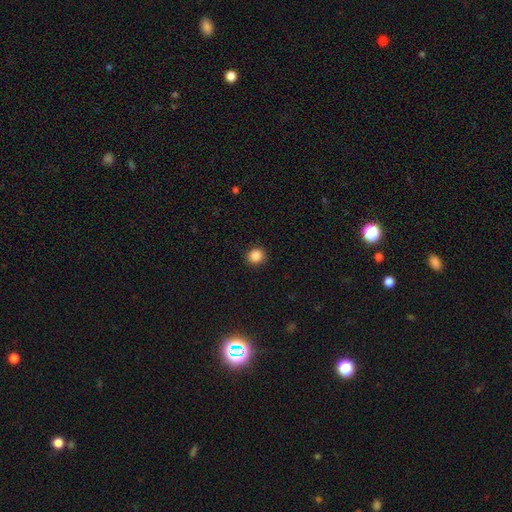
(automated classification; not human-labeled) smooth 86%, star or artifact 10%, featured or disk 4%. Down the decision tree: how rounded — round (85%); merging — none (91%).